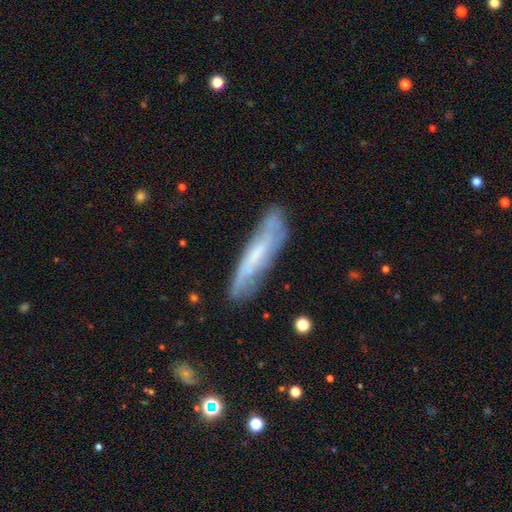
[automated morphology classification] Overall: featured or disk (53%; smooth 39%). Edge-on disk: yes (53%; no 47%). Merging: none (74%).